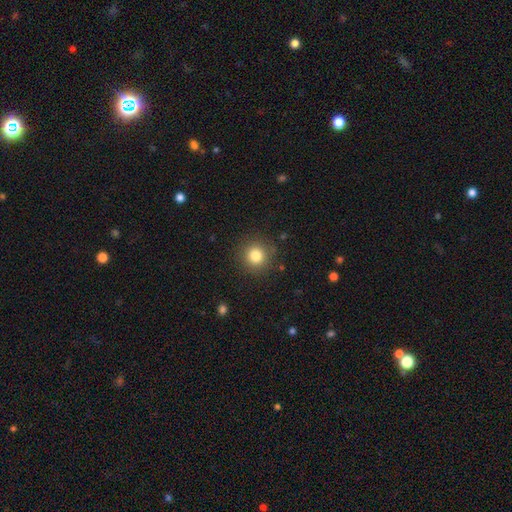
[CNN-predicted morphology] This appears to be a smooth galaxy with no disk features (82%) that is round (94%). Merging: none (89%).